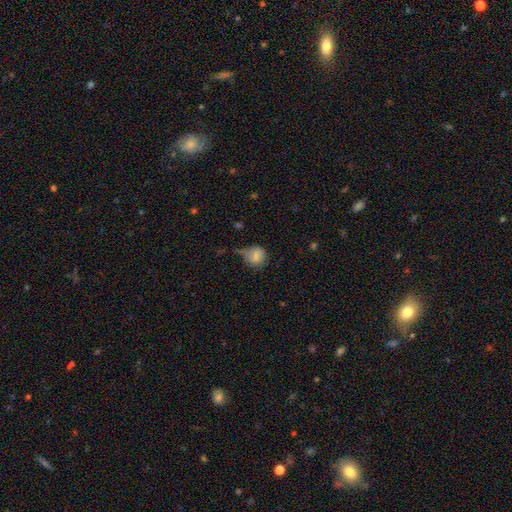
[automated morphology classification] A smooth galaxy with no disk features (79%) that is round (78%). Merging: none (45%).